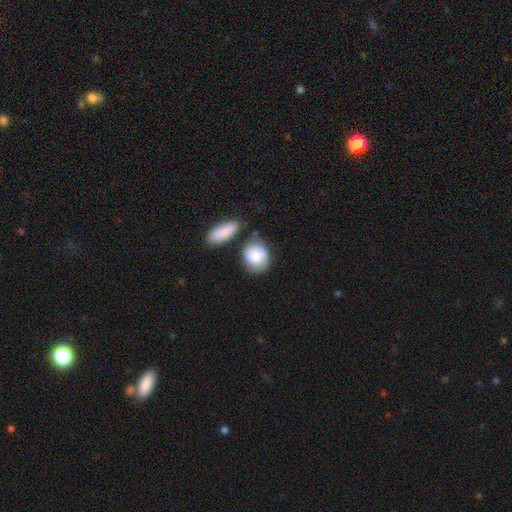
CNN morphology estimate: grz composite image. It shows a smooth galaxy with no disk features (75%) that is round (58%). Merging: none (57%).